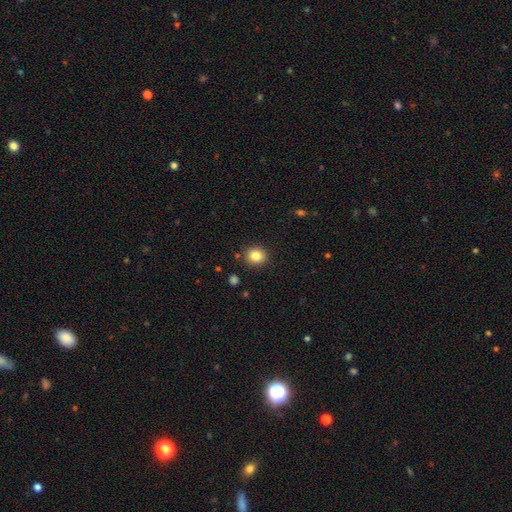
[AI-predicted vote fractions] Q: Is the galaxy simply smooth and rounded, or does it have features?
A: smooth — 83%.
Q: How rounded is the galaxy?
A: round — 82%.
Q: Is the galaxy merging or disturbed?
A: none — 89%.